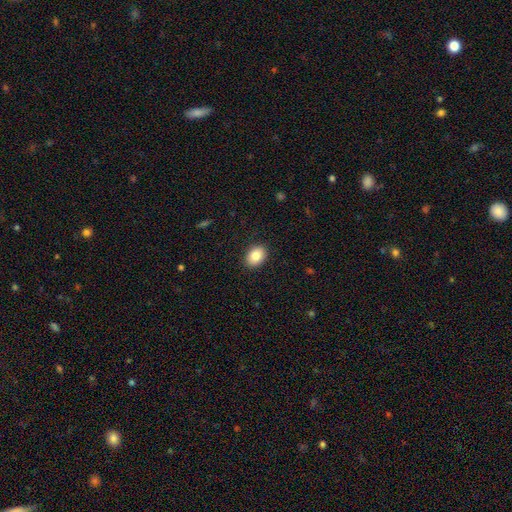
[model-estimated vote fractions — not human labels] Smooth or featured?
  - smooth: 85% *
  - star or artifact: 8%
  - featured or disk: 7%
How rounded?
  - in between: 71% *
  - round: 28%
  - cigar-shaped: 1%
Merging?
  - none: 90% *
  - minor disturbance: 7%
  - major disturbance: 2%
  - merger: 1%